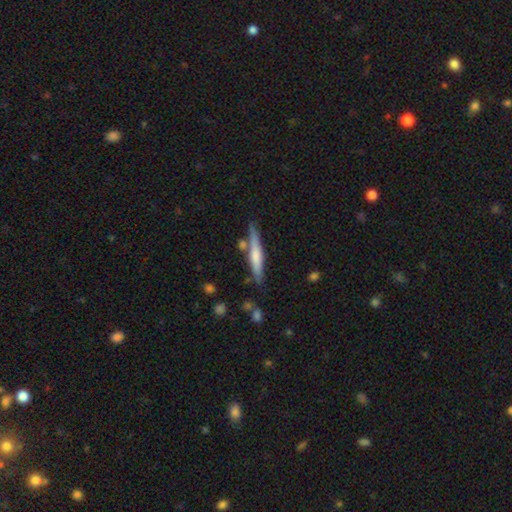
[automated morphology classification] smooth 52%, featured or disk 42%, star or artifact 6%. Down the decision tree: how rounded — cigar-shaped (91%); merging — none (75%).